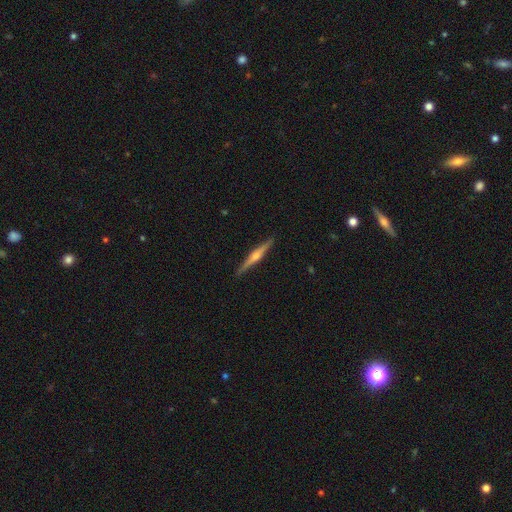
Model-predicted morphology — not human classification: Q: Smooth or featured?
A: featured or disk (79%); runner-up: smooth (16%)
Q: Edge-on disk?
A: yes (98%); runner-up: no (2%)
Q: Edge-on bulge?
A: rounded (88%); runner-up: boxy (6%)
Q: Merging?
A: none (92%); runner-up: minor disturbance (6%)